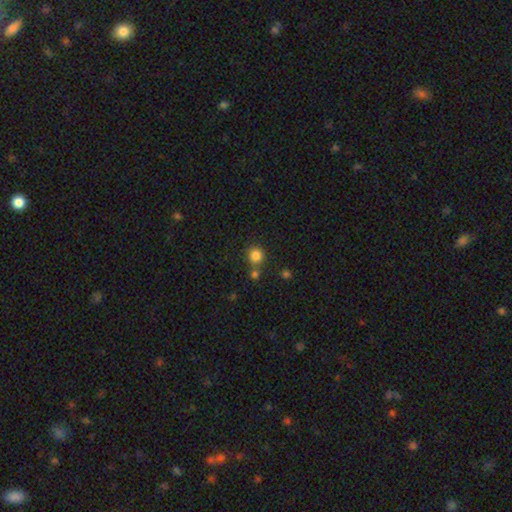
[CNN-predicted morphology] Overall: smooth (84%). How rounded: round (92%). Merging: none (72%).